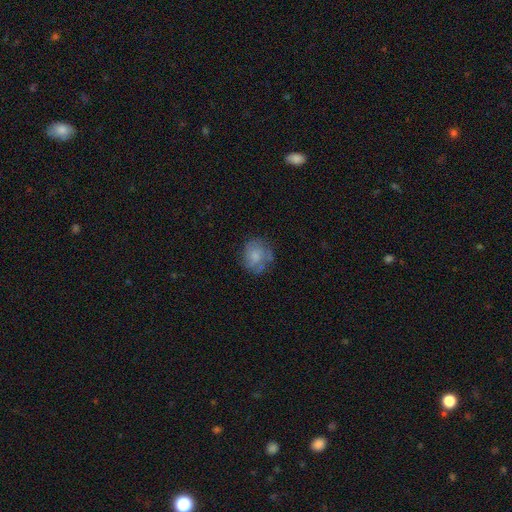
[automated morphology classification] smooth 62%, featured or disk 29%, star or artifact 9%. Down the decision tree: how rounded — round (77%); merging — none (64%).